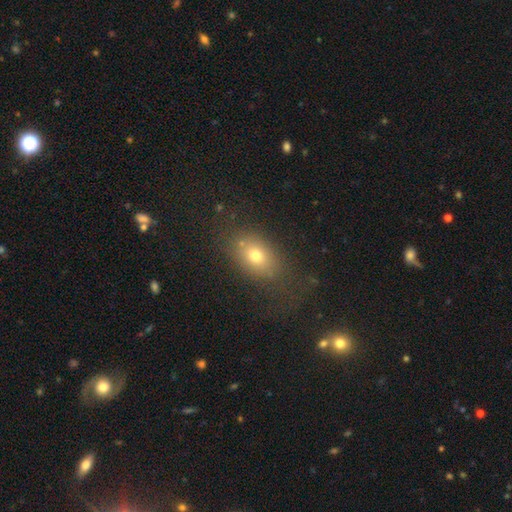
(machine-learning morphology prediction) This appears to be a smooth galaxy with no disk features (70%) that is in between round and cigar-shaped (74%). Merging: none (70%).